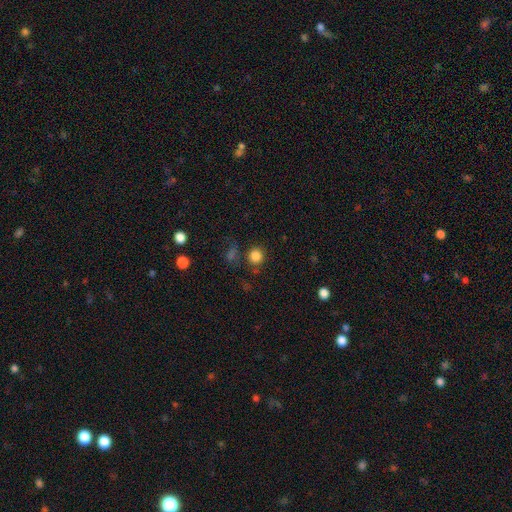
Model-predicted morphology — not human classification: smooth-or-featured: smooth: 83% | star or artifact: 12% | featured or disk: 4%
  how-rounded: round: 89% | in between: 10% | cigar-shaped: 1%
  merging: none: 79% | minor disturbance: 10% | merger: 7% | major disturbance: 5%